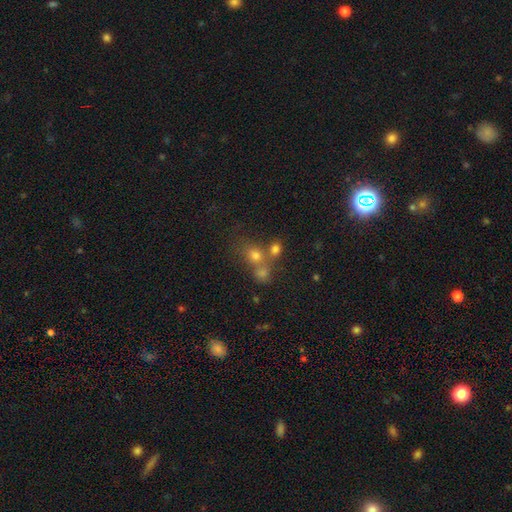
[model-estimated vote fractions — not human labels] This appears to be a smooth galaxy with no disk features (51%) that is round (80%). Merging: none (46%).